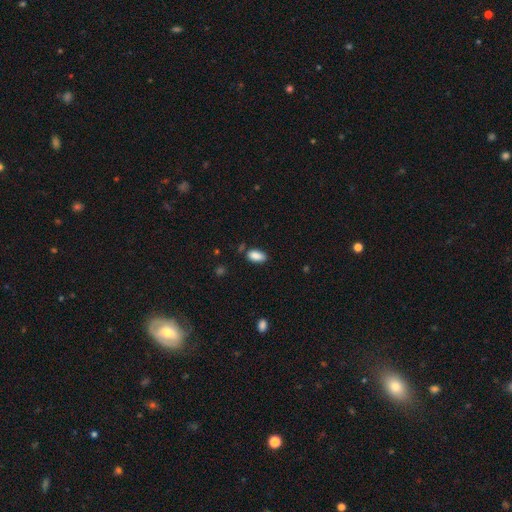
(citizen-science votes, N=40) Morphology: type=smooth (88%); roundness=in between (89%); merging=none (76%).